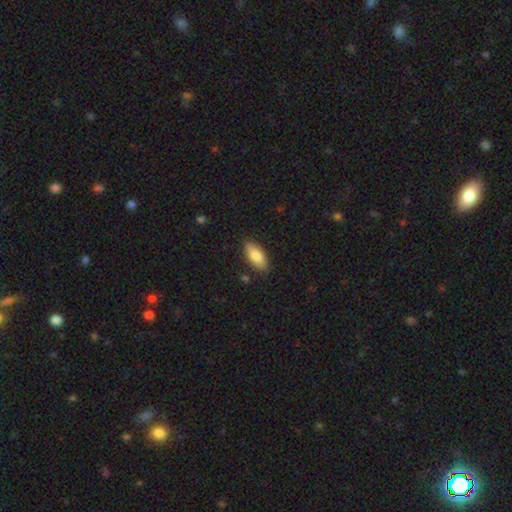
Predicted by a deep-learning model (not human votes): The model was most divided on "smooth or featured": smooth: 82%, featured or disk: 12%, star or artifact: 6%. More confident: how rounded — in between (86%); merging — none (85%).